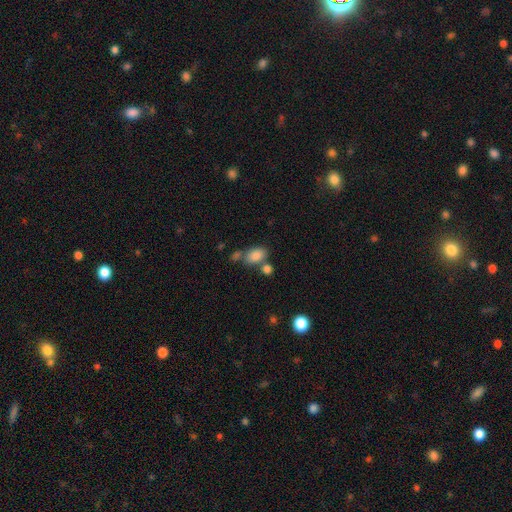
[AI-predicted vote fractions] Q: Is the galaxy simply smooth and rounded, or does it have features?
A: smooth — 83%.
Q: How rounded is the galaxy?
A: in between — 84%.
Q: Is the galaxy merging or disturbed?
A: none — 56%.